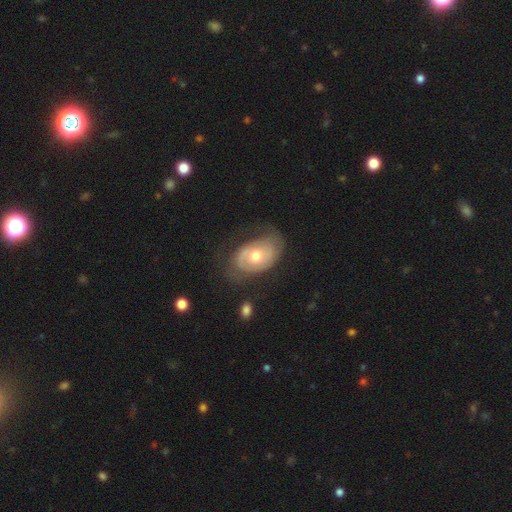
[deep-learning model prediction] This appears to be a featured or disk galaxy (70%) with no bar (75%), spiral arms (73%) and a moderate central bulge (71%). Merging: none (64%).